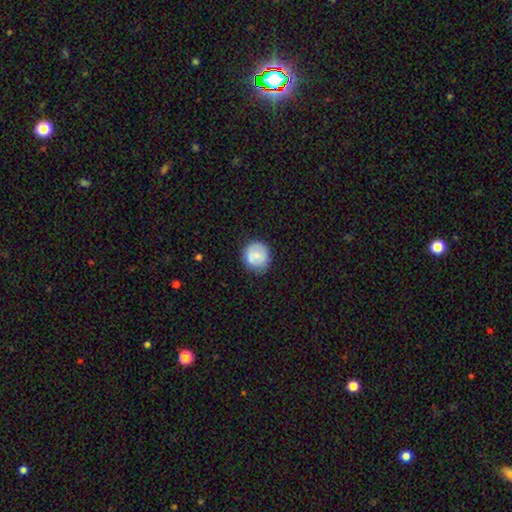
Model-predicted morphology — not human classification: A smooth galaxy with no disk features (73%) that is round (92%).

Vote fractions:
- Smooth or featured? smooth: 73% / featured or disk: 20% / star or artifact: 7%
- How rounded? round: 92% / in between: 7% / cigar-shaped: 1%
- Merging? none: 84% / minor disturbance: 12% / major disturbance: 3% / merger: 1%